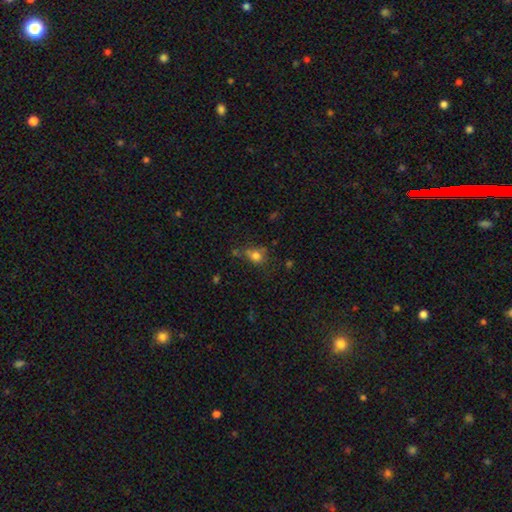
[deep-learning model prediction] A smooth galaxy with no disk features (76%) that is round (57%).

Vote fractions:
- Smooth or featured? smooth: 76% / star or artifact: 14% / featured or disk: 11%
- How rounded? round: 57% / in between: 42% / cigar-shaped: 1%
- Merging? none: 51% / minor disturbance: 24% / merger: 14% / major disturbance: 11%